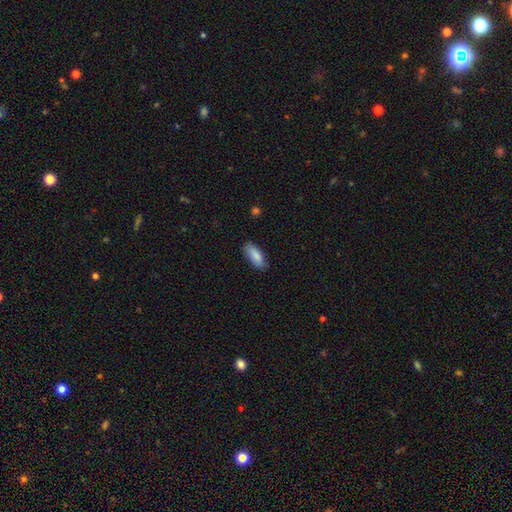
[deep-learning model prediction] Smooth or featured: smooth — 86% (featured or disk — 8%)
How rounded: in between — 77% (cigar-shaped — 22%)
Merging: none — 83% (minor disturbance — 13%)